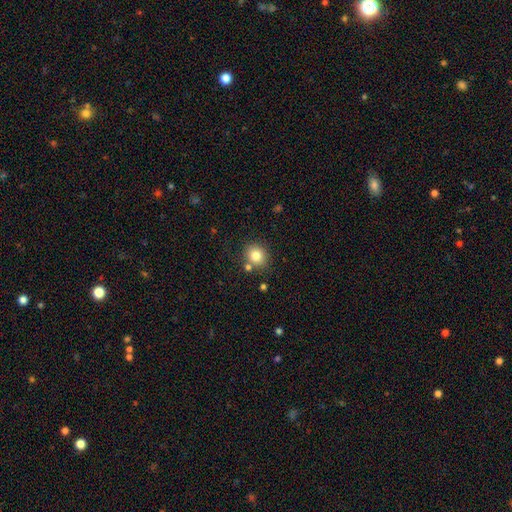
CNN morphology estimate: A smooth galaxy with no disk features (81%) that is round (76%).

Vote fractions:
- Smooth or featured? smooth: 81% / star or artifact: 11% / featured or disk: 8%
- How rounded? round: 76% / in between: 23% / cigar-shaped: 1%
- Merging? none: 77% / minor disturbance: 11% / merger: 9% / major disturbance: 3%